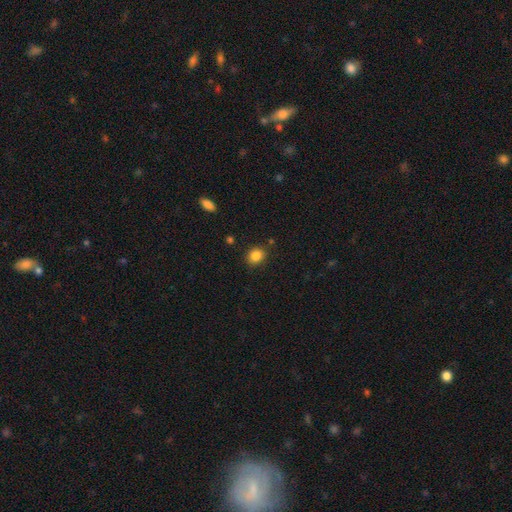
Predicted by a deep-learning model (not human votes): smooth_or_featured: smooth (p=0.85) [alt: star or artifact p=0.11]
how_rounded: round (p=0.70) [alt: in between p=0.29]
merging: none (p=0.87) [alt: minor disturbance p=0.09]